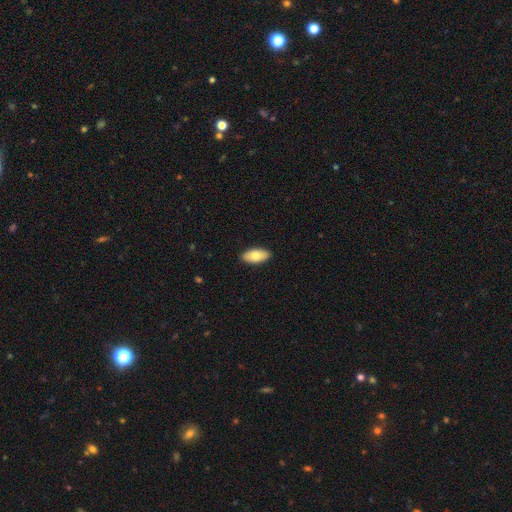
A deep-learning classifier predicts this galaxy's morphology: Smooth or featured? smooth (81%)
How rounded? in between (91%)
Merging? none (90%)